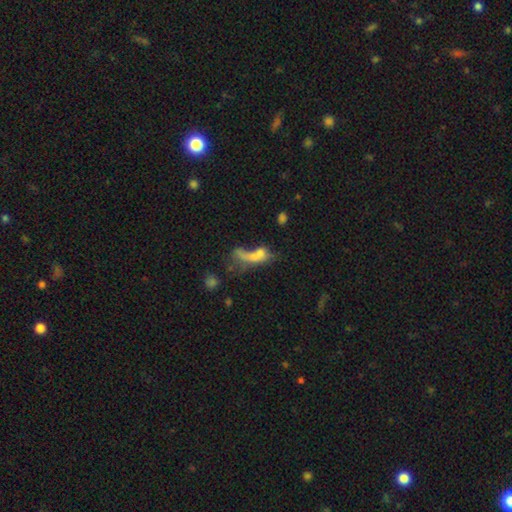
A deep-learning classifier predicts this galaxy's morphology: smooth 54%, featured or disk 33%, star or artifact 14%. Down the decision tree: how rounded — in between (58%); merging — merger (40%).